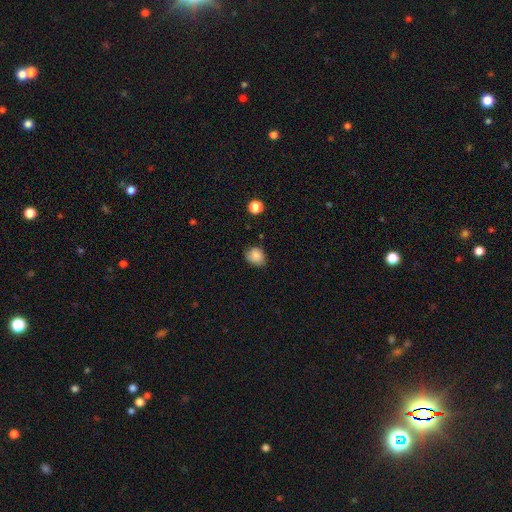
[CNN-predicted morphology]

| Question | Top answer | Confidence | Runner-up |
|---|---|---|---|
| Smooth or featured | smooth | 85% | star or artifact (9%) |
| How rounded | round | 63% | in between (37%) |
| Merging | none | 70% | minor disturbance (24%) |